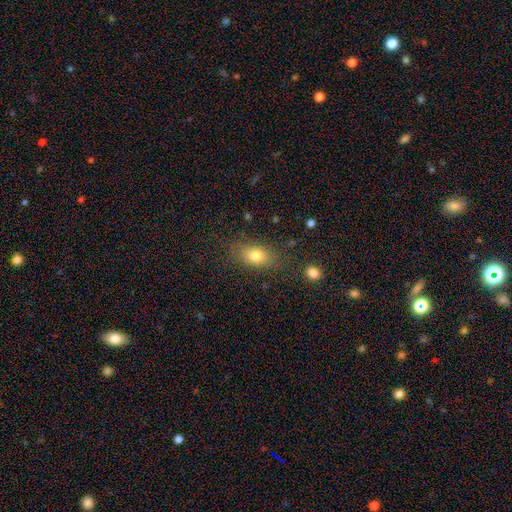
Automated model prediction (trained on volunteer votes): smooth 79%, featured or disk 11%, star or artifact 11%. Down the decision tree: how rounded — in between (78%); merging — none (79%).